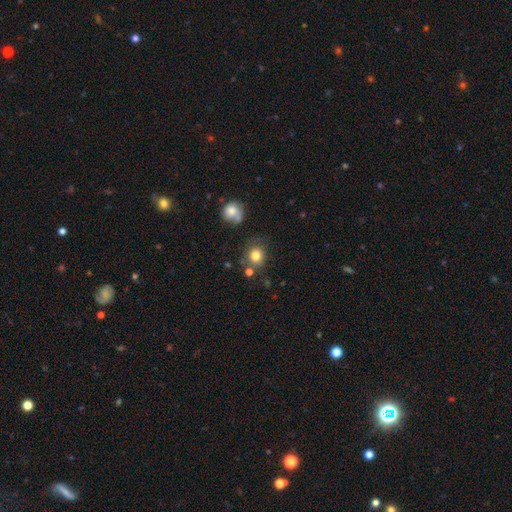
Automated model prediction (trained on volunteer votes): A smooth galaxy with no disk features (81%) that is round (79%). Merging: none (73%).